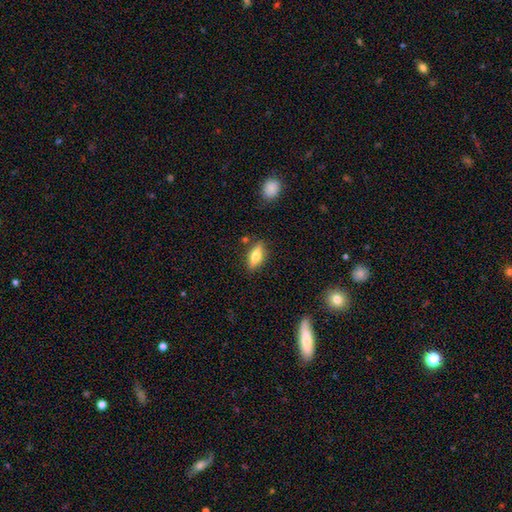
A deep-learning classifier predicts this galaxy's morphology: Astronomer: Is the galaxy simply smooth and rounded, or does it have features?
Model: smooth — 56% (runner-up: featured or disk, 36%).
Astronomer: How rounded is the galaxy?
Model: in between — 61%.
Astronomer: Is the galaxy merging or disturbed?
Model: none — 82%.